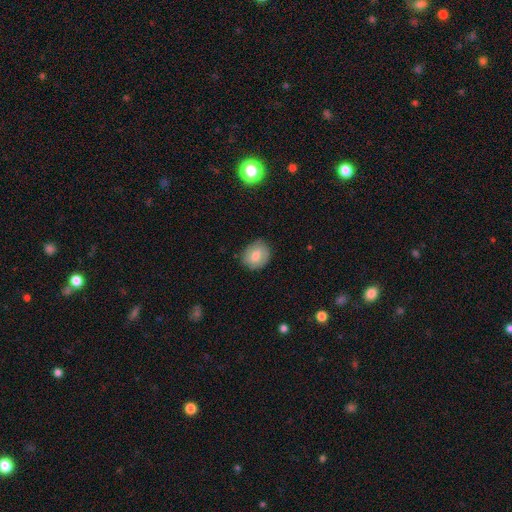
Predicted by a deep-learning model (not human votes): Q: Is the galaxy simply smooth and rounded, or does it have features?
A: smooth — 71%.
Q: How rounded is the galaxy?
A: round — 63%.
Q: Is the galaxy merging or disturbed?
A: none — 80%.